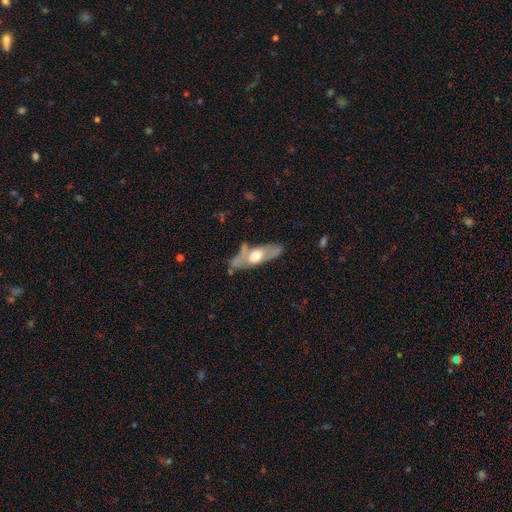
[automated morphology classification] Q: Smooth or featured?
A: featured or disk (57%); runner-up: smooth (38%)
Q: Edge-on disk?
A: no (52%); runner-up: yes (48%)
Q: Merging?
A: none (54%); runner-up: minor disturbance (24%)